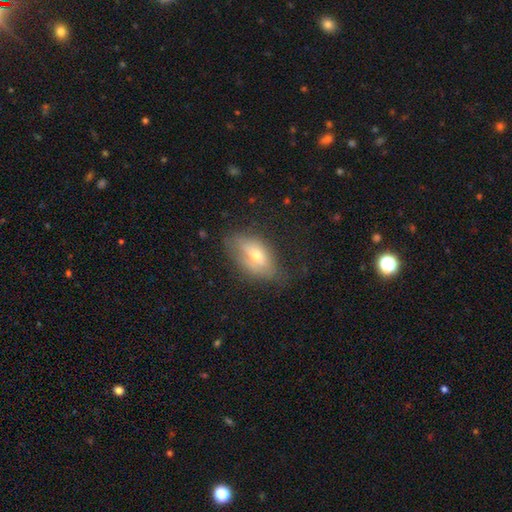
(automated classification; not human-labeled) This is possibly a smooth galaxy (55%). How rounded: clearly in between (84%). Merging: likely none (63%).